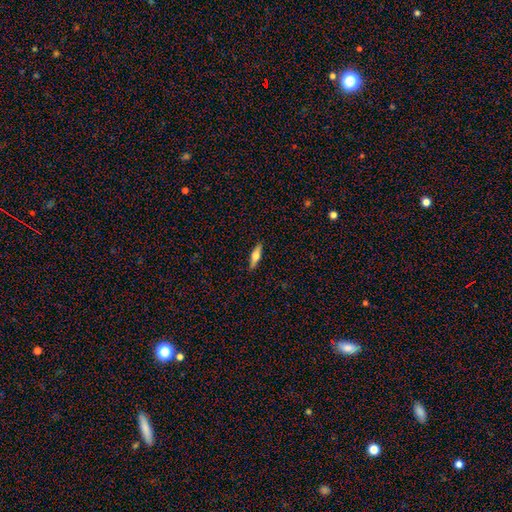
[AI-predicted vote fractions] smooth-or-featured: smooth: 50% | featured or disk: 44% | star or artifact: 6%
  how-rounded: cigar-shaped: 64% | in between: 34% | round: 3%
  merging: none: 89% | minor disturbance: 8% | major disturbance: 2% | merger: 1%